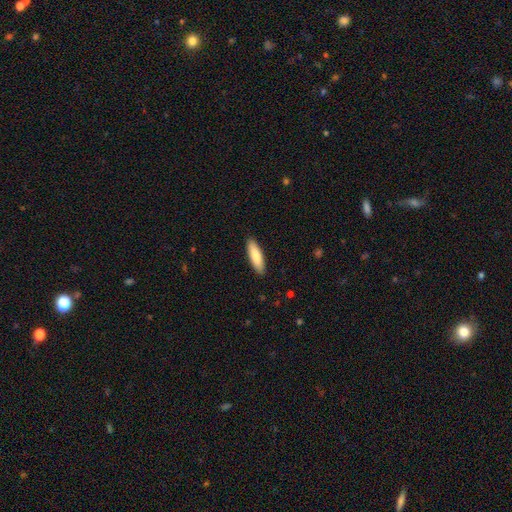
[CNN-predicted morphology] This appears to be a smooth galaxy with no disk features (84%) that is cigar-shaped (59%). Merging: none (90%).